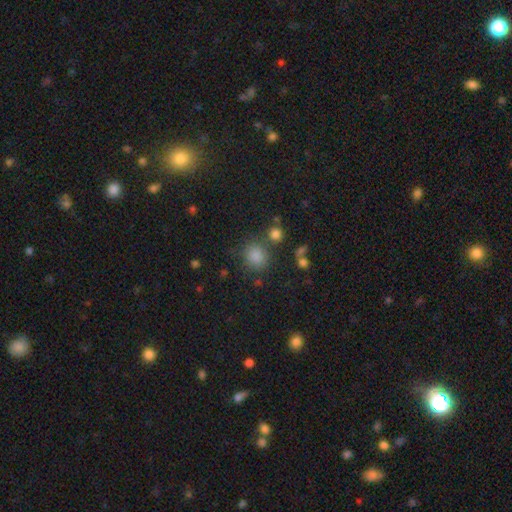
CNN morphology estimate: This appears to be a smooth galaxy with no disk features (82%) that is round (83%). Merging: none (74%).